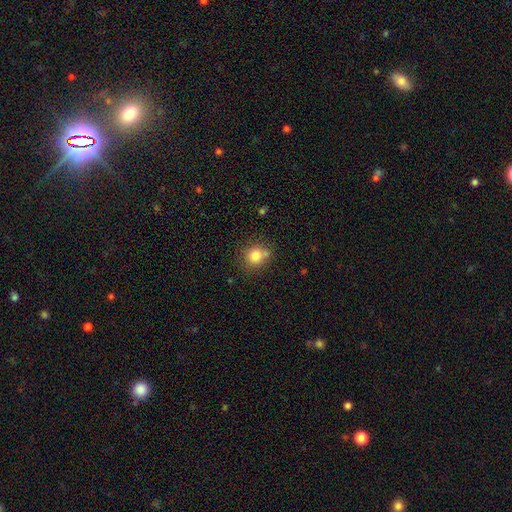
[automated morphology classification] Smooth or featured?
  - smooth: 80% *
  - star or artifact: 11%
  - featured or disk: 9%
How rounded?
  - round: 80% *
  - in between: 19%
  - cigar-shaped: 1%
Merging?
  - none: 66% *
  - minor disturbance: 16%
  - merger: 14%
  - major disturbance: 4%